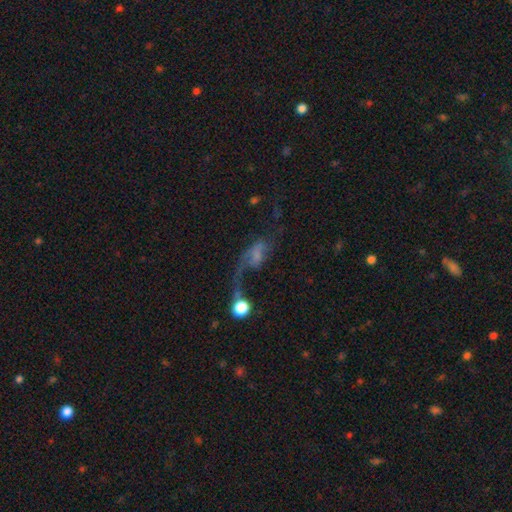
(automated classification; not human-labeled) Smooth or featured? featured or disk (64%)
Edge-on disk? no (91%)
Bar? no (53%)
Spiral arms? yes (82%)
Bulge size? small (39%)
Merging? none (37%)